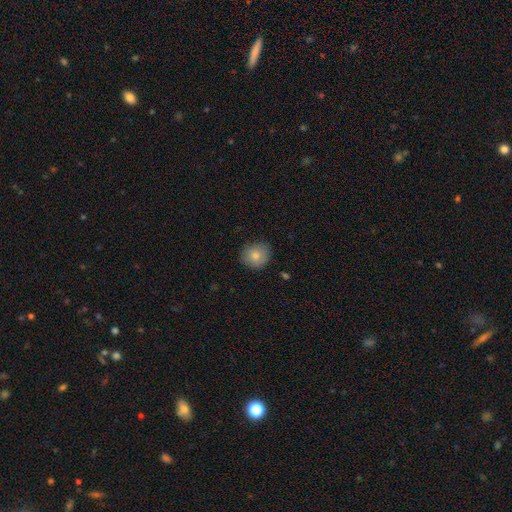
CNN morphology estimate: A smooth galaxy with no disk features (82%) that is round (80%).

Vote fractions:
- Smooth or featured? smooth: 82% / featured or disk: 10% / star or artifact: 8%
- How rounded? round: 80% / in between: 19% / cigar-shaped: 1%
- Merging? none: 85% / minor disturbance: 11% / major disturbance: 2% / merger: 1%